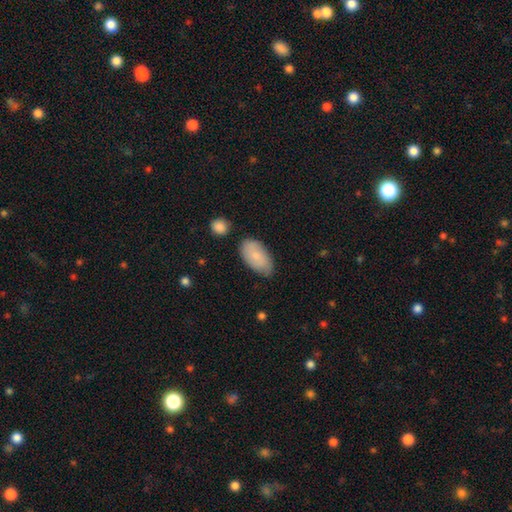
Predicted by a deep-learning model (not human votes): Smooth or featured? Predicted: smooth (p=0.76). How rounded? Predicted: in between (p=0.94). Merging? Predicted: none (p=0.70).